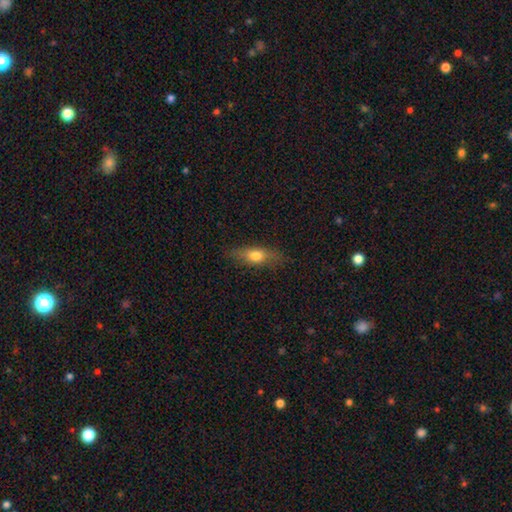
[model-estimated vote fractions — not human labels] Smooth or featured: smooth — 67% (featured or disk — 25%)
How rounded: in between — 59% (cigar-shaped — 35%)
Merging: none — 79% (minor disturbance — 16%)